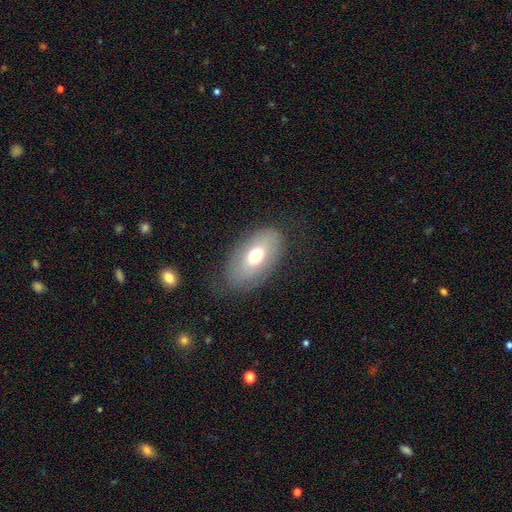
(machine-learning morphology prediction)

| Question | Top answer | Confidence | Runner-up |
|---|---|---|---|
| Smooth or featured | smooth | 61% | featured or disk (31%) |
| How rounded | in between | 91% | round (7%) |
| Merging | none | 76% | minor disturbance (16%) |